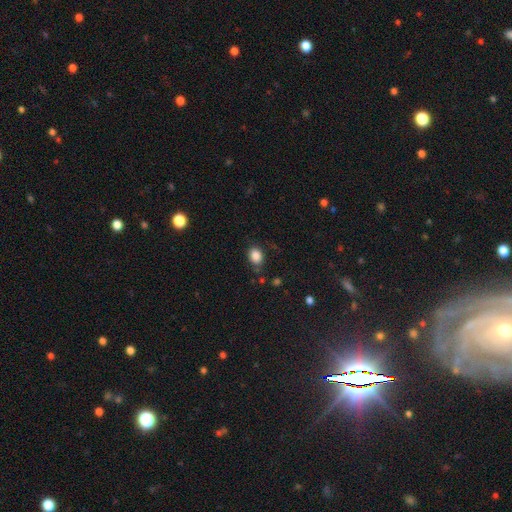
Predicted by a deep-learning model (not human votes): A smooth galaxy with no disk features (86%) that is in between round and cigar-shaped (61%).

Vote fractions:
- Smooth or featured? smooth: 86% / star or artifact: 10% / featured or disk: 5%
- How rounded? in between: 61% / round: 38% / cigar-shaped: 1%
- Merging? none: 78% / minor disturbance: 15% / major disturbance: 4% / merger: 3%